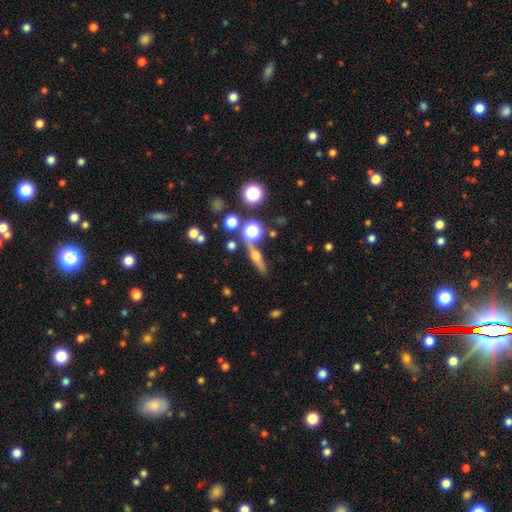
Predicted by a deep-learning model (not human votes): smooth-or-featured: featured or disk: 55% | smooth: 31% | star or artifact: 14%
  disk-edge-on: yes: 90% | no: 10%
  merging: none: 70% | minor disturbance: 12% | merger: 11% | major disturbance: 6%